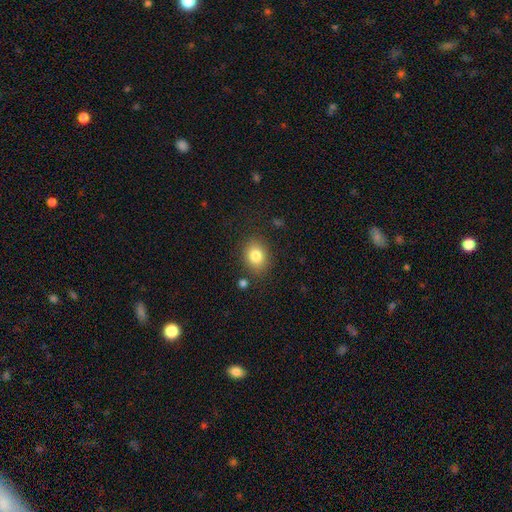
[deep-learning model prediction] A smooth galaxy with no disk features (82%) that is round (50%).

Vote fractions:
- Smooth or featured? smooth: 82% / star or artifact: 10% / featured or disk: 8%
- How rounded? round: 50% / in between: 49% / cigar-shaped: 1%
- Merging? none: 82% / minor disturbance: 11% / major disturbance: 4% / merger: 3%